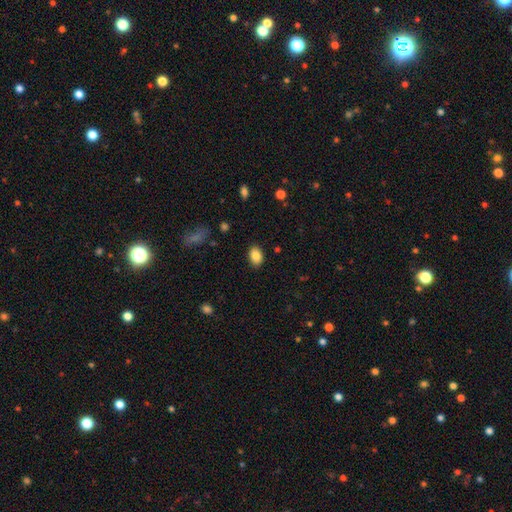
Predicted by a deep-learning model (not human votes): Q: Smooth or featured?
A: smooth (86%); runner-up: star or artifact (8%)
Q: How rounded?
A: in between (83%); runner-up: round (16%)
Q: Merging?
A: none (87%); runner-up: minor disturbance (9%)